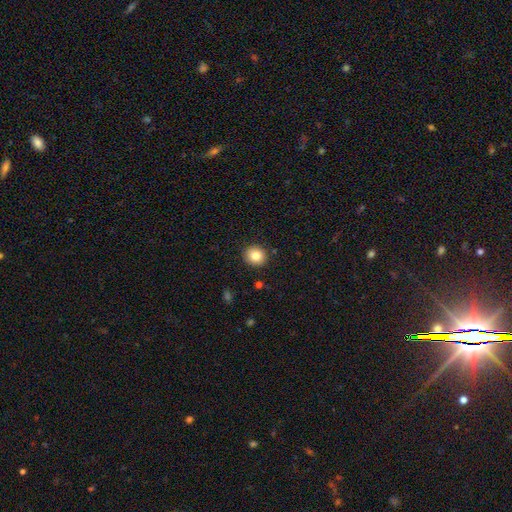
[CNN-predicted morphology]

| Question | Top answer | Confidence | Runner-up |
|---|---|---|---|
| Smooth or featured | smooth | 83% | star or artifact (10%) |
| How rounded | round | 85% | in between (14%) |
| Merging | none | 90% | minor disturbance (6%) |